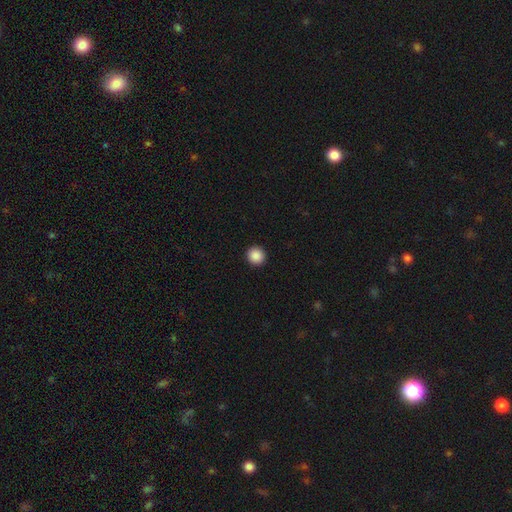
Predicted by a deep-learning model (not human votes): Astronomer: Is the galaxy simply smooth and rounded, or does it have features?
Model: smooth — 89%.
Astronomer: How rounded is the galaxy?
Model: round — 94%.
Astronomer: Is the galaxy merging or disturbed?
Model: none — 93%.